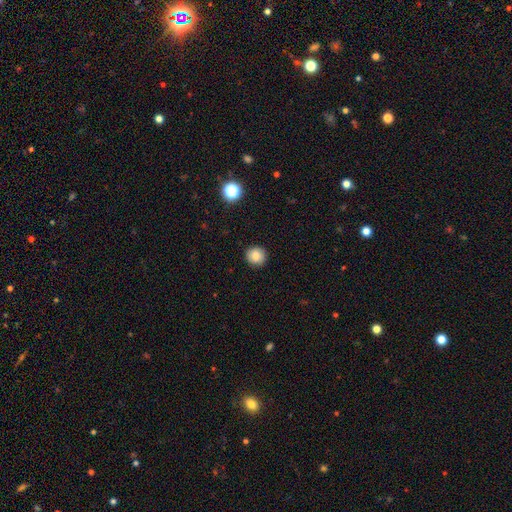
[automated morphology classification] A smooth galaxy with no disk features (83%) that is round (93%).

Vote fractions:
- Smooth or featured? smooth: 83% / star or artifact: 10% / featured or disk: 7%
- How rounded? round: 93% / in between: 6% / cigar-shaped: 1%
- Merging? none: 90% / minor disturbance: 7% / major disturbance: 2% / merger: 1%